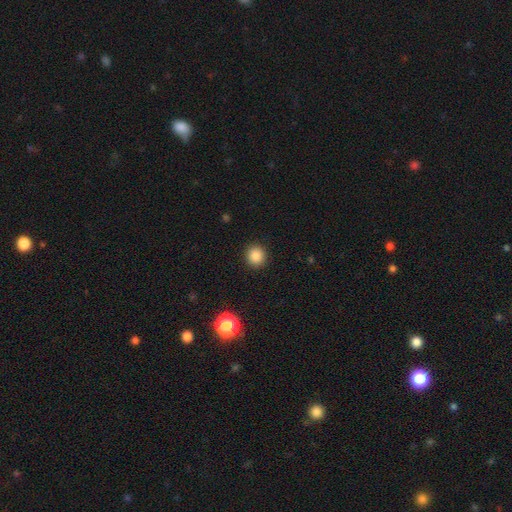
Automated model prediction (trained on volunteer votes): smooth 86%, star or artifact 11%, featured or disk 3%. Down the decision tree: how rounded — round (91%); merging — none (92%).